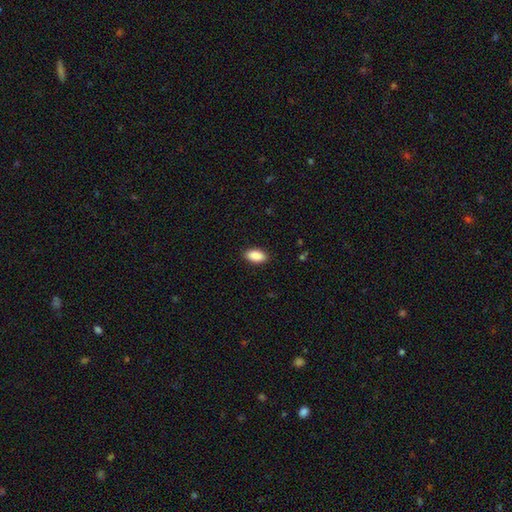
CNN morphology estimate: type=smooth (90%); roundness=in between (93%); merging=none (89%).